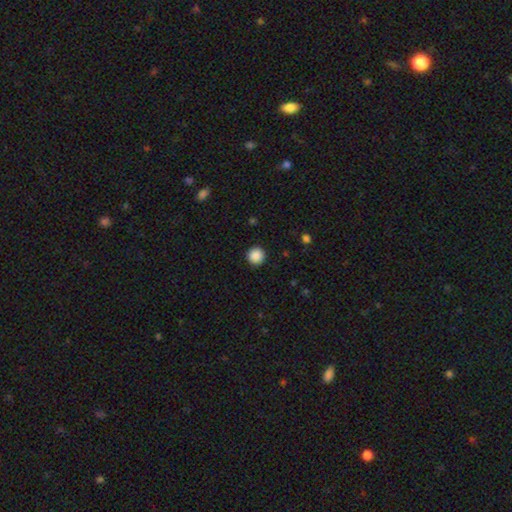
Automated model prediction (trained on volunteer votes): A smooth galaxy with no disk features (88%) that is round (96%).

Vote fractions:
- Smooth or featured? smooth: 88% / star or artifact: 9% / featured or disk: 2%
- How rounded? round: 96% / in between: 3% / cigar-shaped: 1%
- Merging? none: 92% / minor disturbance: 5% / major disturbance: 2% / merger: 1%